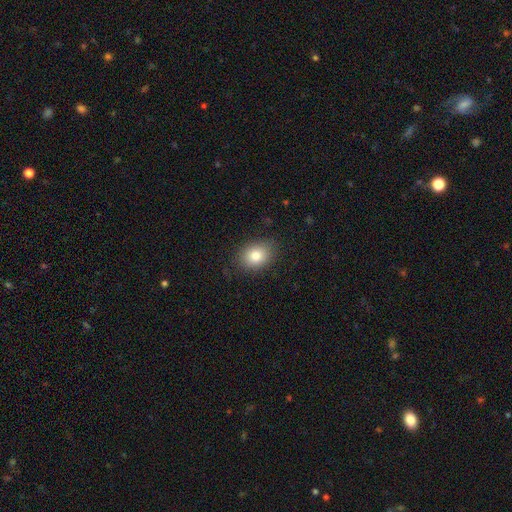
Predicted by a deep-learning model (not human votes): This is clearly a smooth galaxy (82%). How rounded: likely in between (68%). Merging: clearly none (84%).